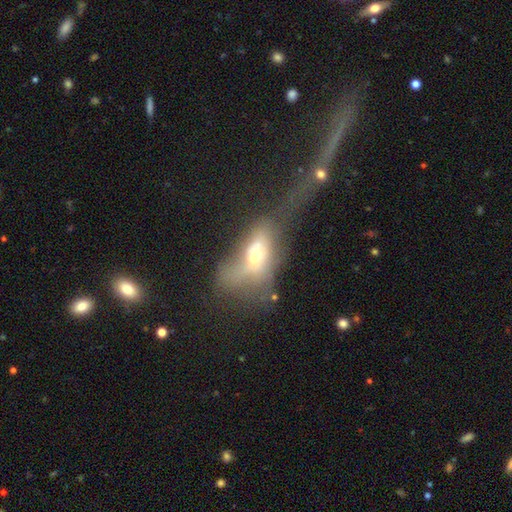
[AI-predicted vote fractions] Smooth or featured?
  - smooth: 50% *
  - featured or disk: 38%
  - star or artifact: 12%
How rounded?
  - in between: 78% *
  - round: 11%
  - cigar-shaped: 11%
Merging?
  - major disturbance: 59% *
  - minor disturbance: 15%
  - merger: 13%
  - none: 13%